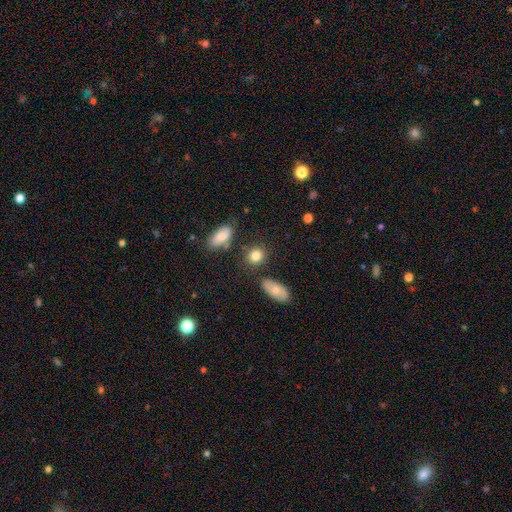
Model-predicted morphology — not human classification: Overall: smooth (82%). How rounded: round (72%). Merging: none (81%).